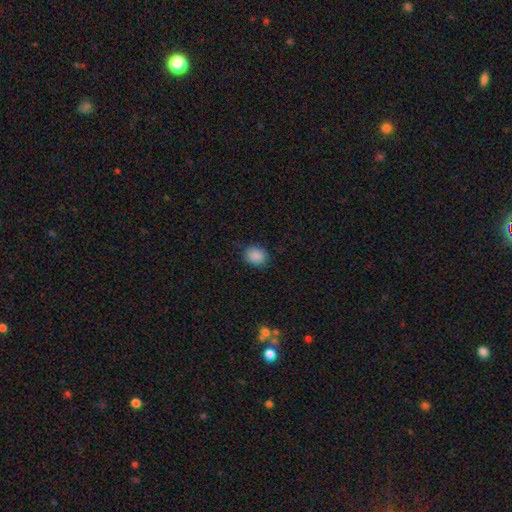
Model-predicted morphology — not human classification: smooth-or-featured: smooth: 88% | star or artifact: 9% | featured or disk: 3%
  how-rounded: round: 57% | in between: 42% | cigar-shaped: 1%
  merging: none: 84% | minor disturbance: 12% | major disturbance: 3% | merger: 1%